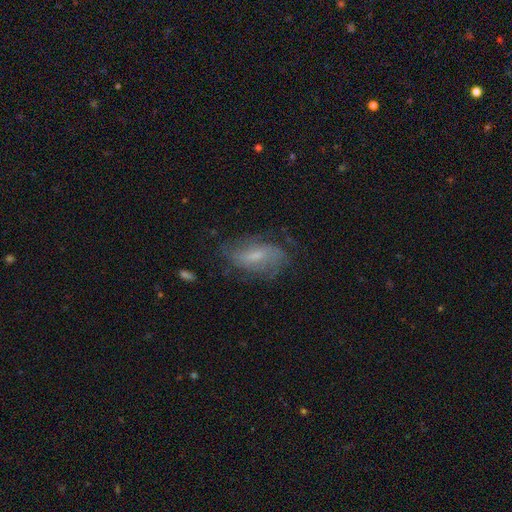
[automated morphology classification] A featured or disk galaxy (59%) with a weak bar (50%), spiral arms (79%) and a small central bulge (45%). Merging: none (61%).